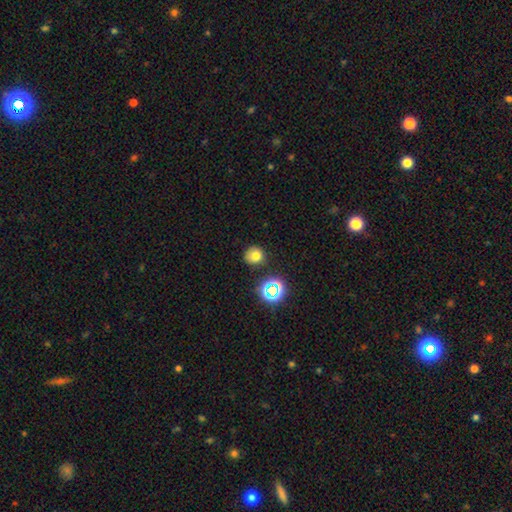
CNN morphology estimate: Smooth or featured? Predicted: smooth (p=0.72). How rounded? Predicted: round (p=0.85). Merging? Predicted: none (p=0.81).